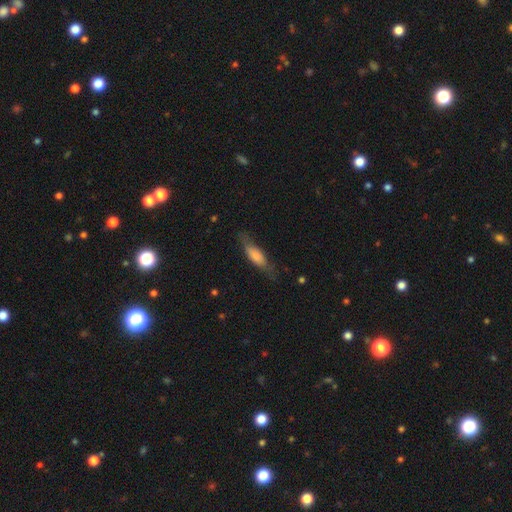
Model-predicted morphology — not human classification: A smooth galaxy with no disk features (69%) that is cigar-shaped (51%). Merging: none (66%).